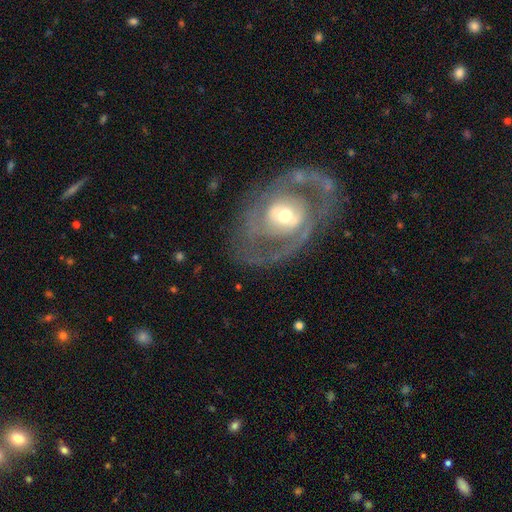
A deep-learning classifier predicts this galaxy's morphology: Smooth or featured: featured or disk — 84% (smooth — 10%)
Edge-on disk: no — 96% (yes — 4%)
Bar: no — 59% (weak — 29%)
Spiral arms: yes — 80% (no — 20%)
Spiral winding: tight — 42% (tied with medium — 42%)
Spiral arm count: 2 — 69% (can't tell — 15%)
Bulge size: moderate — 57% (small — 31%)
Merging: none — 70% (minor disturbance — 15%)